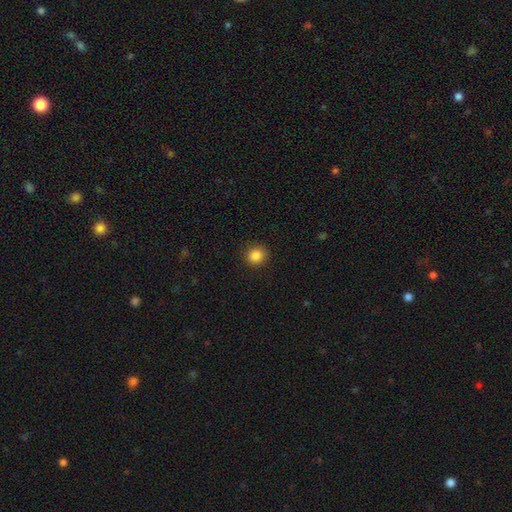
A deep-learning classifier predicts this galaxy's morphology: smooth_or_featured: smooth (p=0.85) [alt: star or artifact p=0.11]
how_rounded: round (p=0.88) [alt: in between p=0.11]
merging: none (p=0.91) [alt: minor disturbance p=0.06]